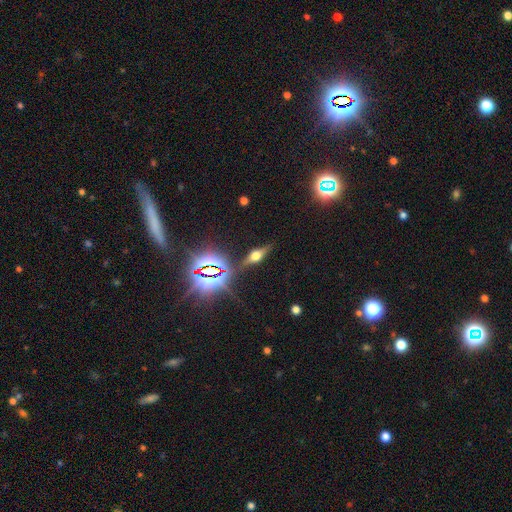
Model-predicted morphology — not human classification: This appears to be a featured or disk galaxy (57%) viewed edge-on (92%) with a rounded central bulge (92%). Merging: none (83%).